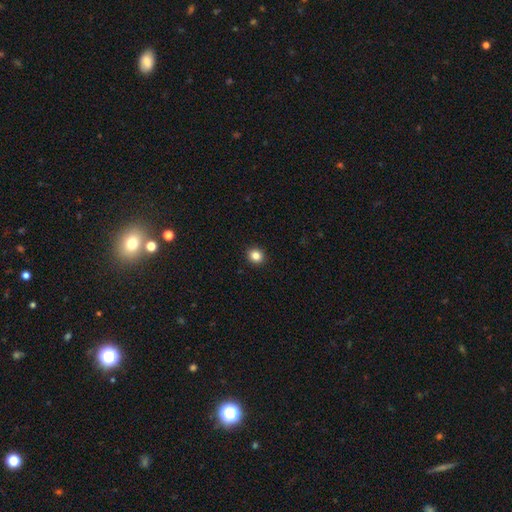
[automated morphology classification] A smooth galaxy with no disk features (85%) that is round (81%). Merging: none (93%).